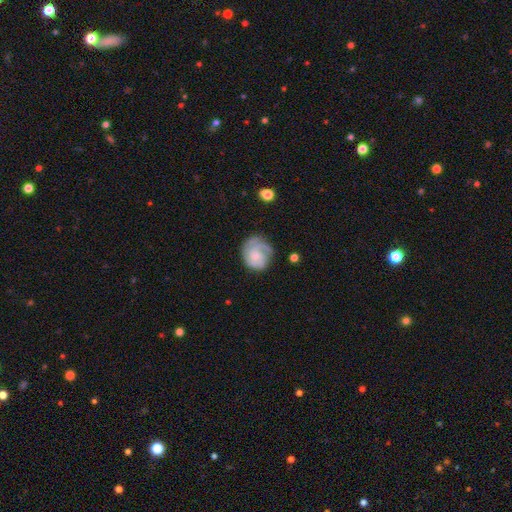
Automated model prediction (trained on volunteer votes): A featured or disk galaxy (74%) with no bar (64%), 2 (30%) tight (58%) spiral arms (94%) and a small central bulge (55%).

Vote fractions:
- Smooth or featured? featured or disk: 74% / smooth: 20% / star or artifact: 6%
- Edge-on disk? no: 98% / yes: 2%
- Bar? no: 64% / weak: 32% / strong: 4%
- Spiral arms? yes: 94% / no: 6%
- Spiral winding? tight: 58% / medium: 33% / loose: 10%
- Spiral arm count? 2: 30% / 3: 28% / can't tell: 23% / 1: 10% / 4: 5% / more than 4: 4%
- Bulge size? small: 55% / moderate: 23% / none: 19% / large: 2% / dominant: 1%
- Merging? none: 63% / minor disturbance: 23% / major disturbance: 12% / merger: 2%